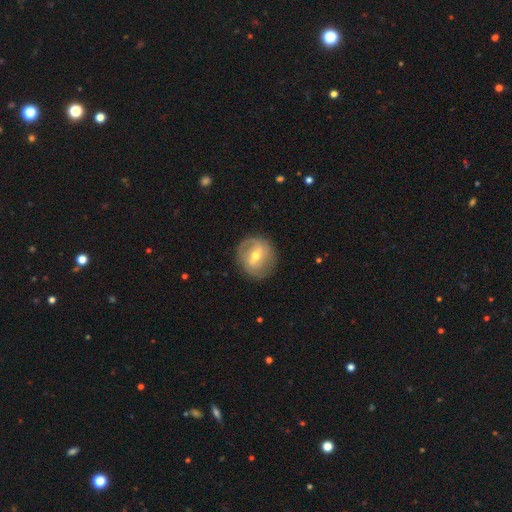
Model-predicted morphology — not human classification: Smooth or featured: featured or disk — 66% (smooth — 28%)
Edge-on disk: no — 95% (yes — 5%)
Bar: weak — 48% (strong — 33%)
Spiral arms: yes — 70% (no — 30%)
Bulge size: moderate — 65% (small — 30%)
Merging: none — 82% (minor disturbance — 12%)